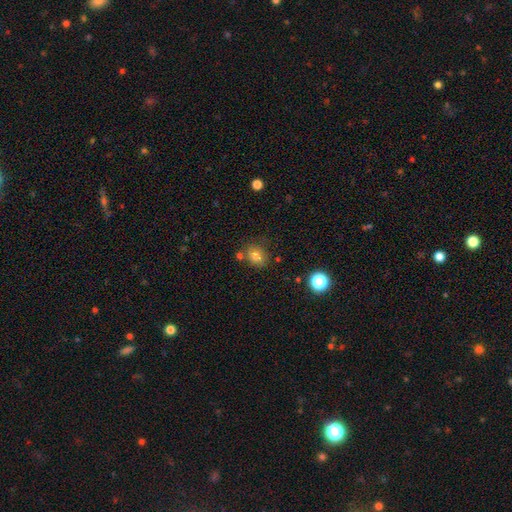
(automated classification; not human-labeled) The model was most divided on "how rounded": round: 59%, in between: 40%, cigar-shaped: 1%. More confident: smooth or featured — smooth (78%); merging — none (73%).